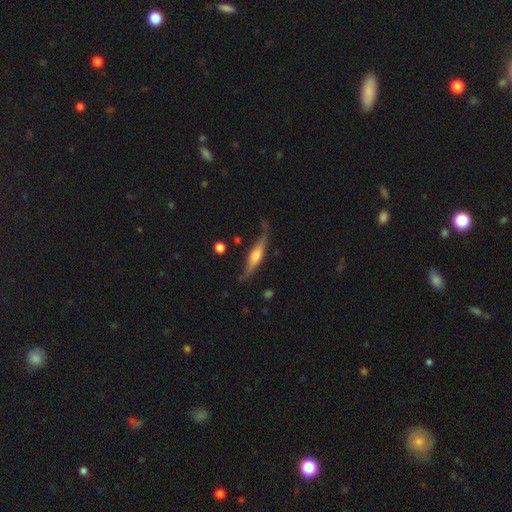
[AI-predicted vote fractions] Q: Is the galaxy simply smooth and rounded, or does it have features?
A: featured or disk — 65%.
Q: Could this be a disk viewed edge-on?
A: yes — 91%.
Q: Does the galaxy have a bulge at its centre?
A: rounded — 72%.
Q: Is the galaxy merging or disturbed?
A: none — 67%.